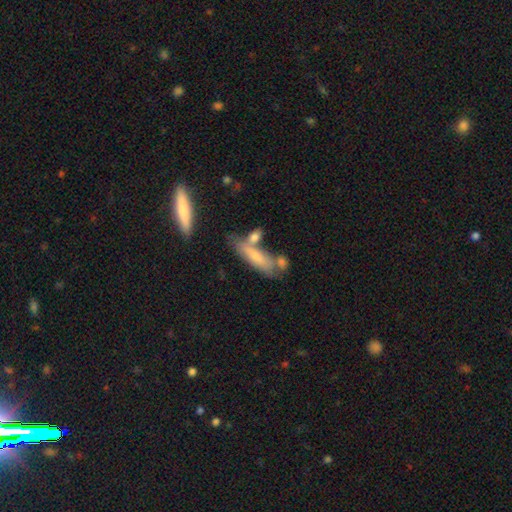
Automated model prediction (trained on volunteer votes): Morphology: type=smooth (66%); roundness=cigar-shaped (65%); merging=none (50%).